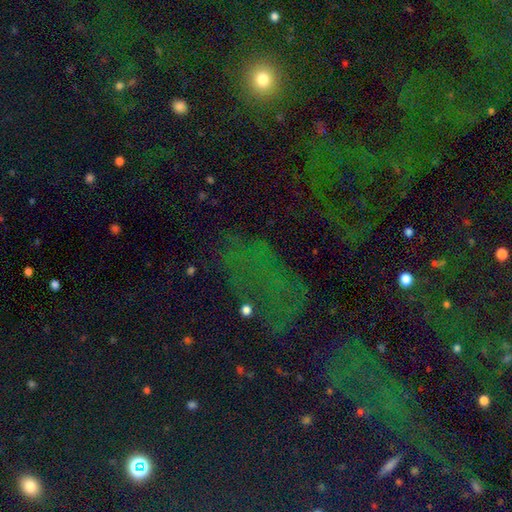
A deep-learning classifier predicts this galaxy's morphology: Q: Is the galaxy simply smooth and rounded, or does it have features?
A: star or artifact — 70%.